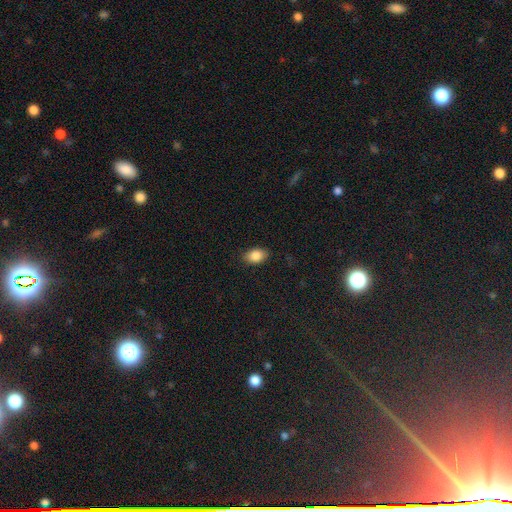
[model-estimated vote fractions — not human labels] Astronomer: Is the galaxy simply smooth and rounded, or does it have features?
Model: smooth — 86%.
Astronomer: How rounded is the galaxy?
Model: in between — 84%.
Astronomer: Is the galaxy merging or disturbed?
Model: none — 86%.